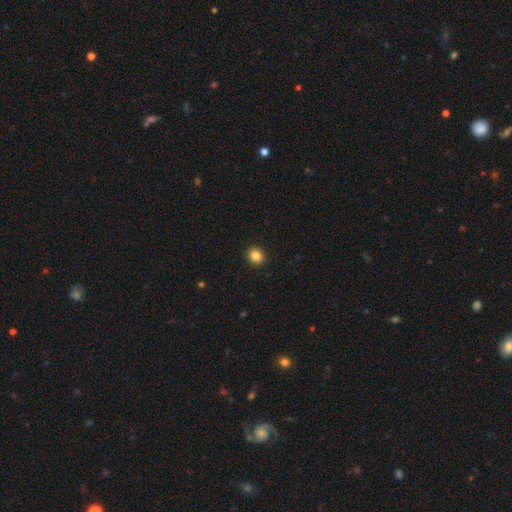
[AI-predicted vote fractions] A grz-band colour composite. It shows a smooth galaxy with no disk features (85%) that is round (84%). Merging: none (93%).